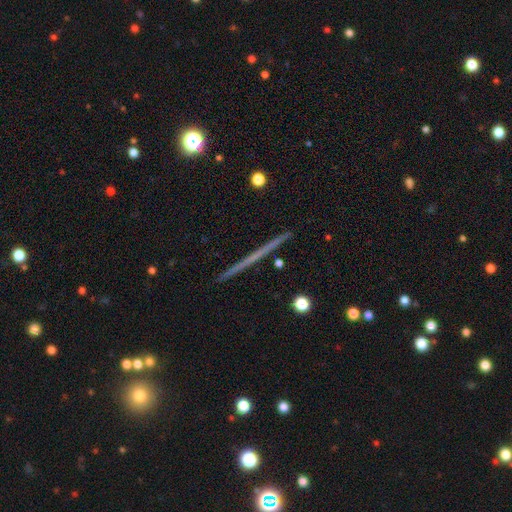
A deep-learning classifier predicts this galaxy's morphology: This is likely a featured or disk galaxy (68%). It is clearly viewed edge-on (98%). Edge-on bulge: clearly none (81%). Merging: clearly none (92%).